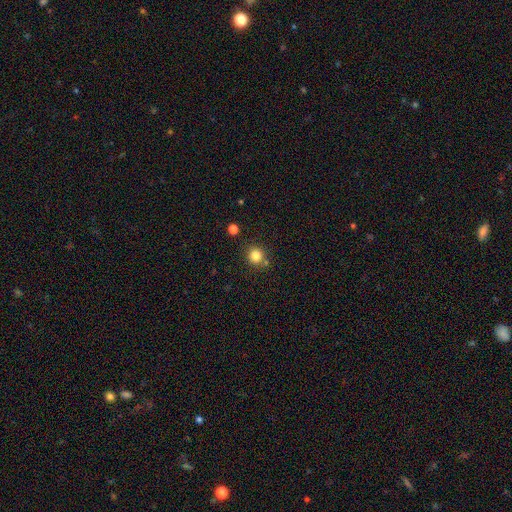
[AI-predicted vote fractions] This appears to be a smooth galaxy with no disk features (82%) that is round (91%). Merging: none (81%).